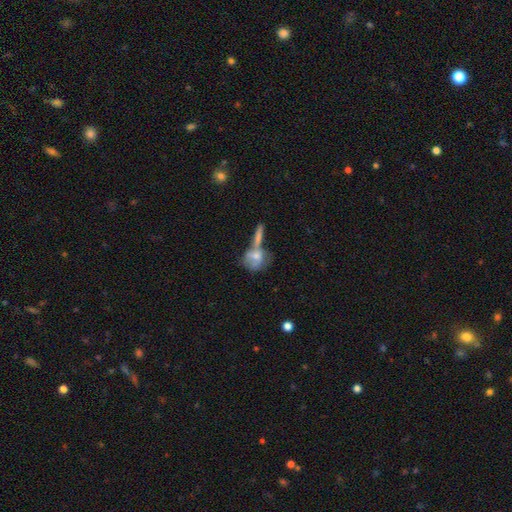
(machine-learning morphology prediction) Smooth or featured? smooth (60%)
How rounded? in between (47%)
Merging? merger (43%)